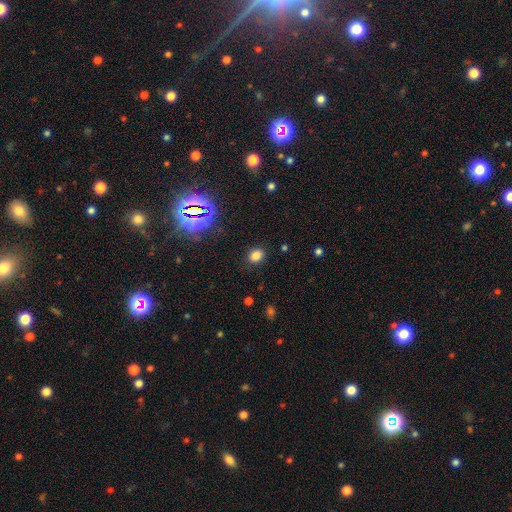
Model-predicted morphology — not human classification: Overall: smooth (76%). How rounded: round (50%; in between 49%). Merging: none (86%).